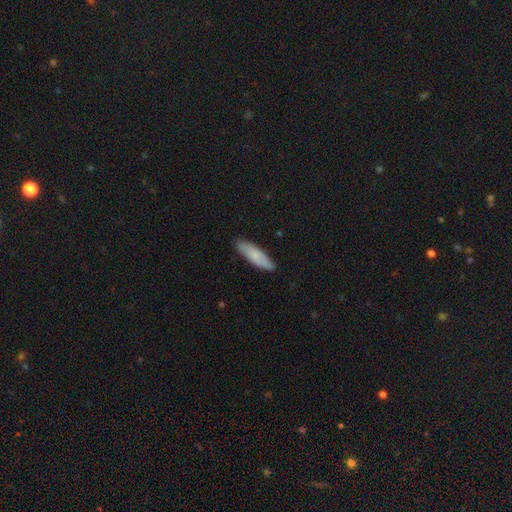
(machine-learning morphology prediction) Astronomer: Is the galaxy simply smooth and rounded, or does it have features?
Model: smooth — 70%.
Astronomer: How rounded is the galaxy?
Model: cigar-shaped — 56% (runner-up: in between, 43%).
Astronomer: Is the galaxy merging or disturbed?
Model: none — 84%.